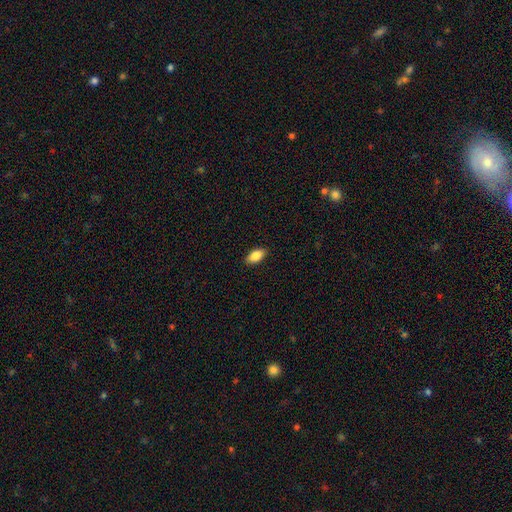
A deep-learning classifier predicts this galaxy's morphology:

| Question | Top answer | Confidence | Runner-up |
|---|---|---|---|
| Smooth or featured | smooth | 87% | star or artifact (7%) |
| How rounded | in between | 91% | cigar-shaped (5%) |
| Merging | none | 89% | minor disturbance (8%) |